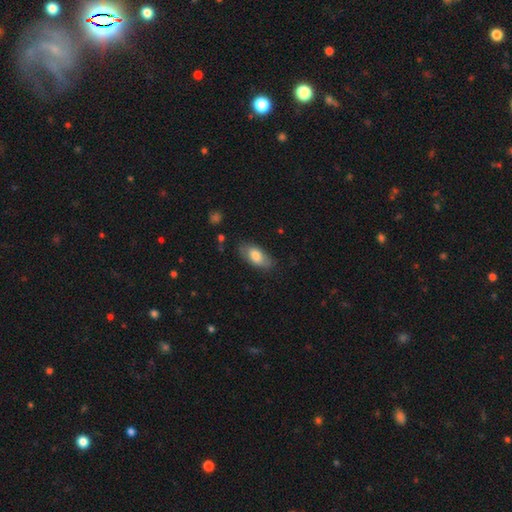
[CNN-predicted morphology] type=smooth (76%); roundness=in between (90%); merging=none (76%).